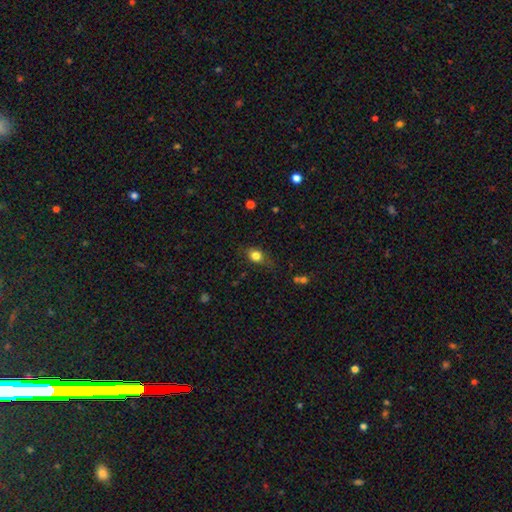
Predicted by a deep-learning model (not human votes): A smooth galaxy with no disk features (80%) that is in between round and cigar-shaped (58%). Merging: none (72%).